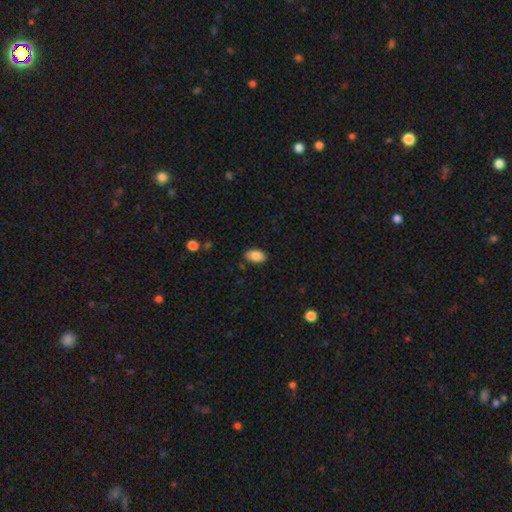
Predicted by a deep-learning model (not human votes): This is clearly a smooth galaxy (87%). How rounded: clearly in between (93%). Merging: clearly none (85%).